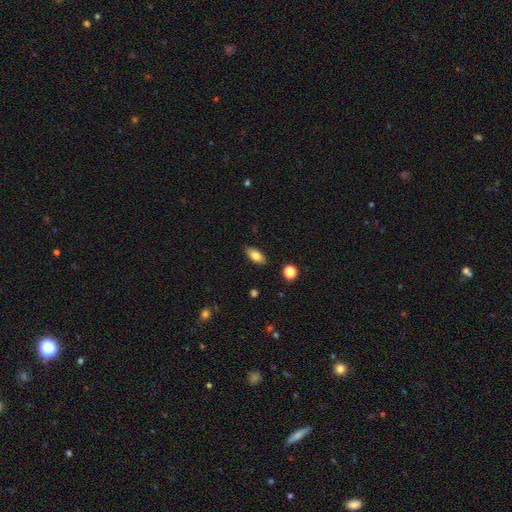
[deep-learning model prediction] This appears to be a smooth galaxy with no disk features (79%) that is in between round and cigar-shaped (87%). Merging: none (87%).